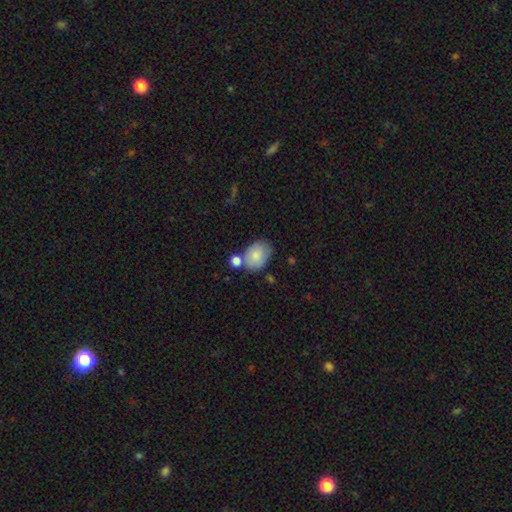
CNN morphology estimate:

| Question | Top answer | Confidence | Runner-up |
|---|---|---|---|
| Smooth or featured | smooth | 82% | featured or disk (11%) |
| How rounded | in between | 76% | round (23%) |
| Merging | none | 57% | merger (19%) |